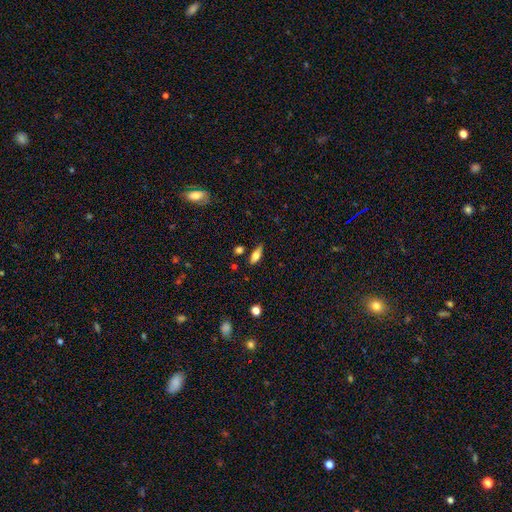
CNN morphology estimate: A smooth galaxy with no disk features (66%) that is in between round and cigar-shaped (71%).

Vote fractions:
- Smooth or featured? smooth: 66% / featured or disk: 26% / star or artifact: 8%
- How rounded? in between: 71% / cigar-shaped: 26% / round: 3%
- Merging? none: 76% / minor disturbance: 16% / merger: 4% / major disturbance: 4%